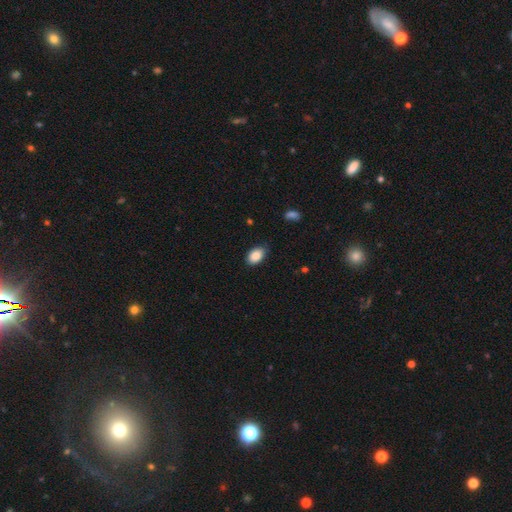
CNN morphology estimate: type=smooth (87%); roundness=in between (89%); merging=none (80%).